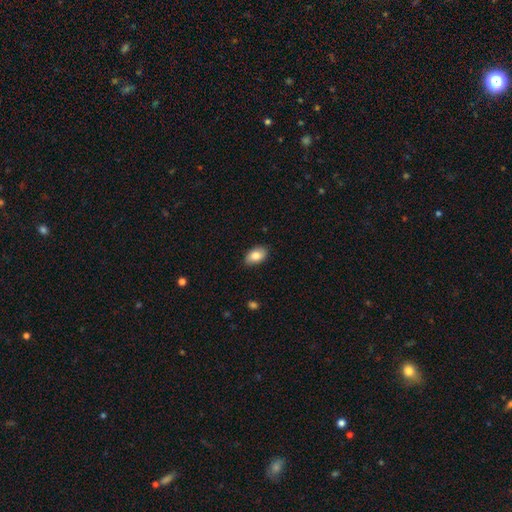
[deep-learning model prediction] smooth-or-featured: smooth: 83% | featured or disk: 10% | star or artifact: 7%
  how-rounded: in between: 91% | round: 7% | cigar-shaped: 2%
  merging: none: 85% | minor disturbance: 12% | major disturbance: 2% | merger: 1%